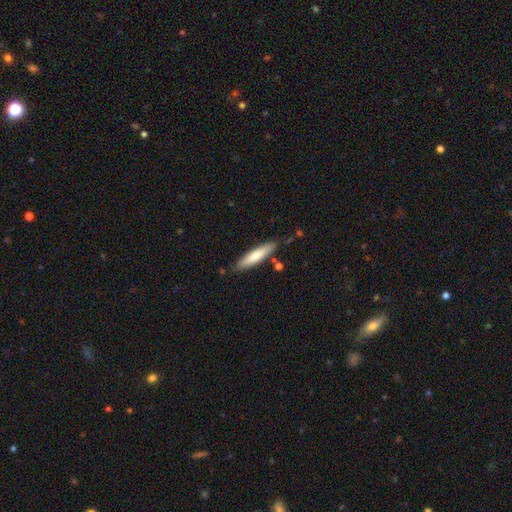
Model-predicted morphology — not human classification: Smooth or featured? smooth (70%)
How rounded? cigar-shaped (83%)
Merging? none (84%)